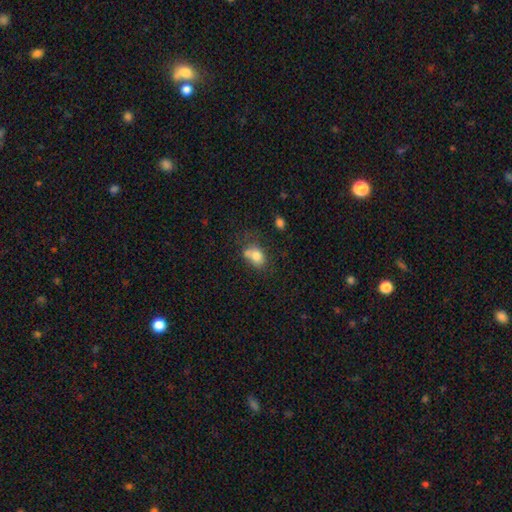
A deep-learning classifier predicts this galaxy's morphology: smooth 77%, featured or disk 13%, star or artifact 10%. Down the decision tree: how rounded — in between (67%); merging — none (38%).